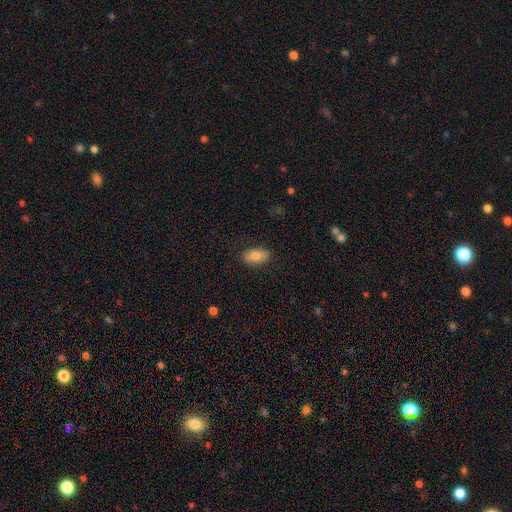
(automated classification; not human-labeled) Q: Smooth or featured?
A: smooth (81%); runner-up: featured or disk (12%)
Q: How rounded?
A: in between (91%); runner-up: round (5%)
Q: Merging?
A: none (86%); runner-up: minor disturbance (11%)